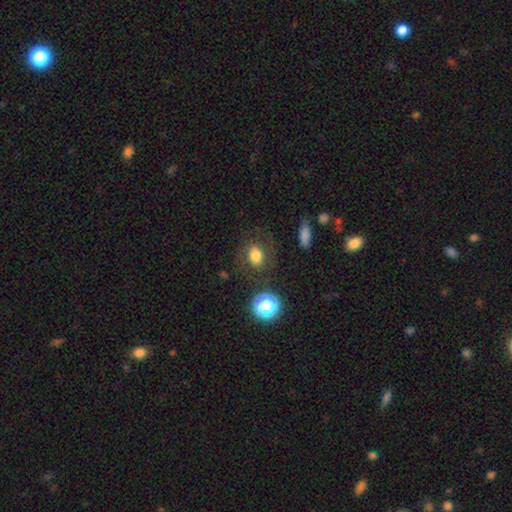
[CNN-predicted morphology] Overall: smooth (74%). How rounded: in between (51%; round 47%). Merging: none (76%).